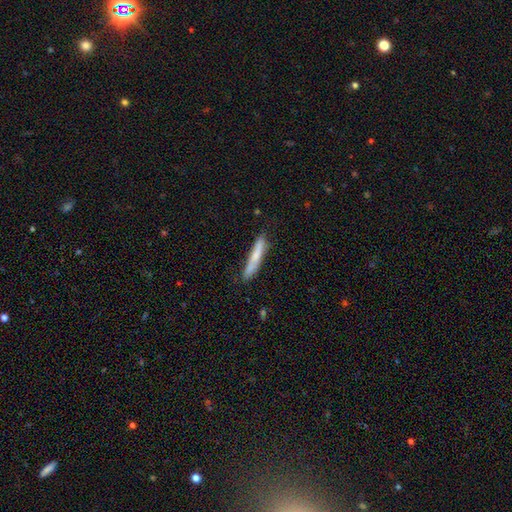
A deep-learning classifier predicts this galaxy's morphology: A smooth galaxy with no disk features (66%) that is cigar-shaped (93%).

Vote fractions:
- Smooth or featured? smooth: 66% / featured or disk: 28% / star or artifact: 6%
- How rounded? cigar-shaped: 93% / in between: 6% / round: 1%
- Merging? none: 77% / minor disturbance: 18% / major disturbance: 3% / merger: 2%